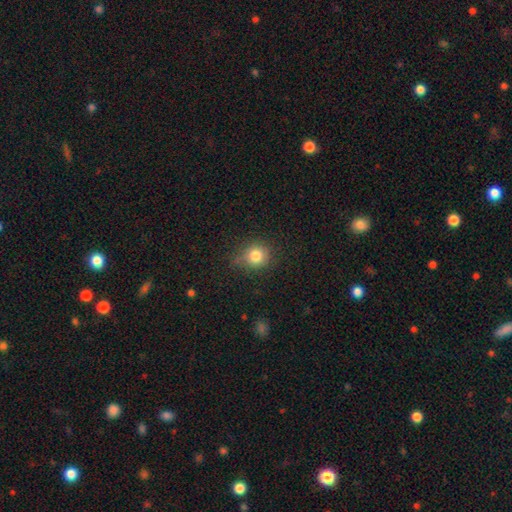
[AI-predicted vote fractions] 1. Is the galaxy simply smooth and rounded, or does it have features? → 81% smooth, 12% star or artifact, 7% featured or disk.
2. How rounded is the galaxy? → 83% round, 16% in between, 1% cigar-shaped.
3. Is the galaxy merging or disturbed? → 67% none, 24% minor disturbance, 6% major disturbance, 2% merger.